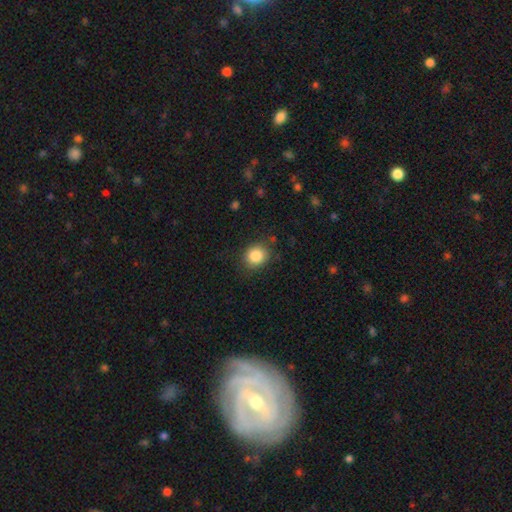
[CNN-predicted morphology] smooth-or-featured: smooth: 86% | star or artifact: 10% | featured or disk: 5%
  how-rounded: round: 76% | in between: 23% | cigar-shaped: 1%
  merging: none: 83% | minor disturbance: 12% | major disturbance: 4% | merger: 1%